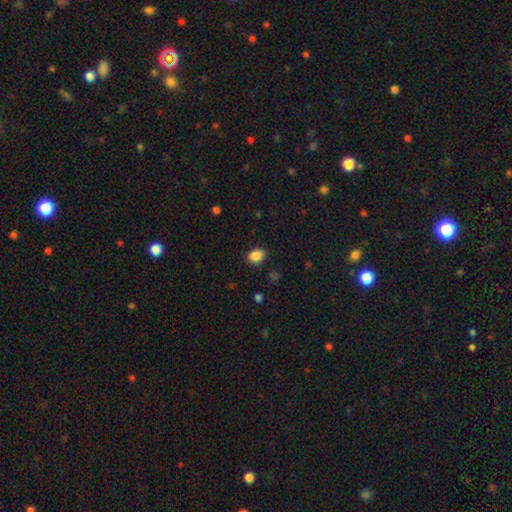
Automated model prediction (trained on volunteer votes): smooth_or_featured: smooth (p=0.87) [alt: star or artifact p=0.09]
how_rounded: in between (p=0.68) [alt: round p=0.31]
merging: none (p=0.85) [alt: minor disturbance p=0.12]